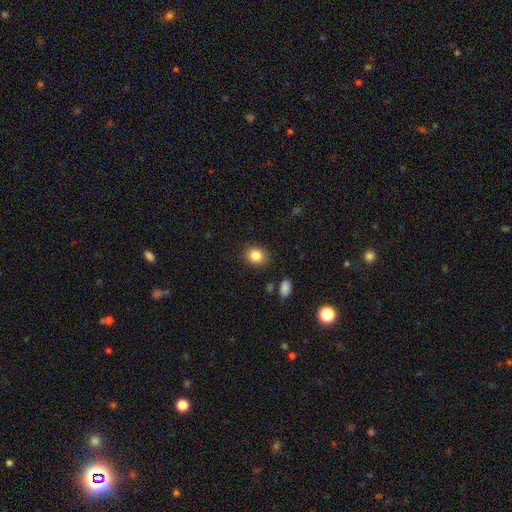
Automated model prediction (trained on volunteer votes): Smooth or featured? smooth (84%)
How rounded? round (58%)
Merging? none (87%)